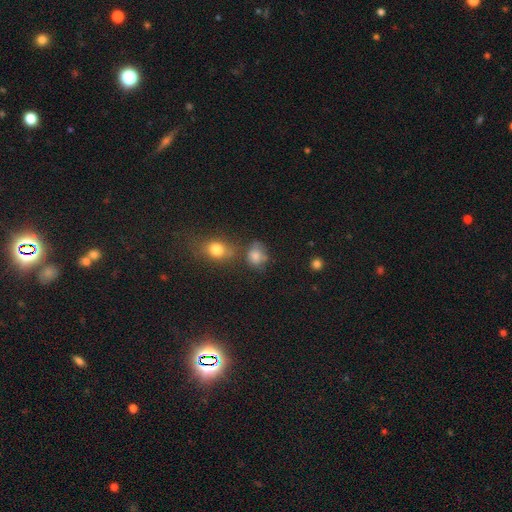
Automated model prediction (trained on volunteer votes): Q: Smooth or featured?
A: smooth (75%); runner-up: star or artifact (13%)
Q: How rounded?
A: round (57%); runner-up: in between (42%)
Q: Merging?
A: none (49%); runner-up: minor disturbance (22%)